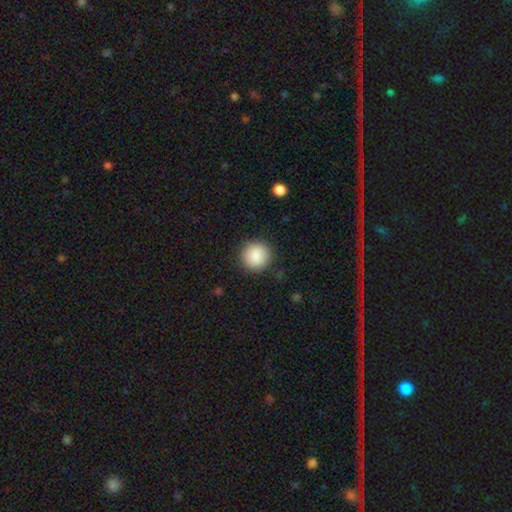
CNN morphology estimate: smooth_or_featured: smooth (p=0.89) [alt: star or artifact p=0.08]
how_rounded: round (p=0.93) [alt: in between p=0.06]
merging: none (p=0.89) [alt: minor disturbance p=0.07]